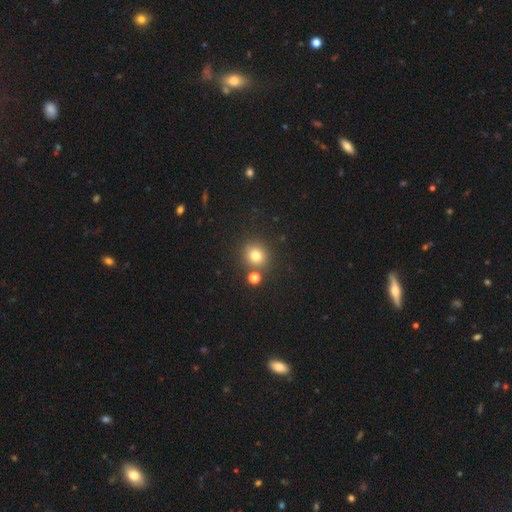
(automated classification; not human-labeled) Overall: smooth (77%). How rounded: round (85%). Merging: none (78%).